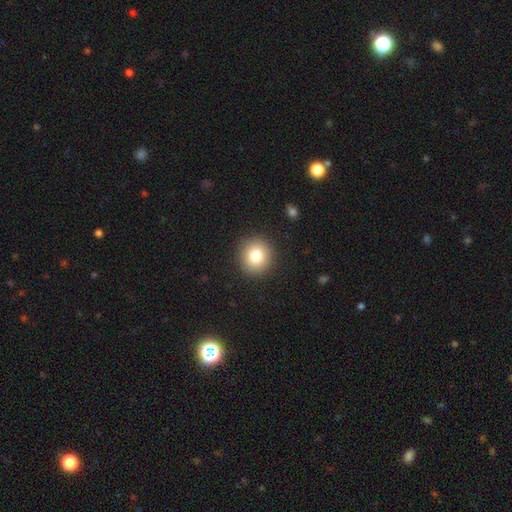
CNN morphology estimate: smooth-or-featured: smooth: 80% | star or artifact: 10% | featured or disk: 10%
  how-rounded: round: 90% | in between: 9% | cigar-shaped: 1%
  merging: none: 91% | minor disturbance: 6% | major disturbance: 2% | merger: 1%